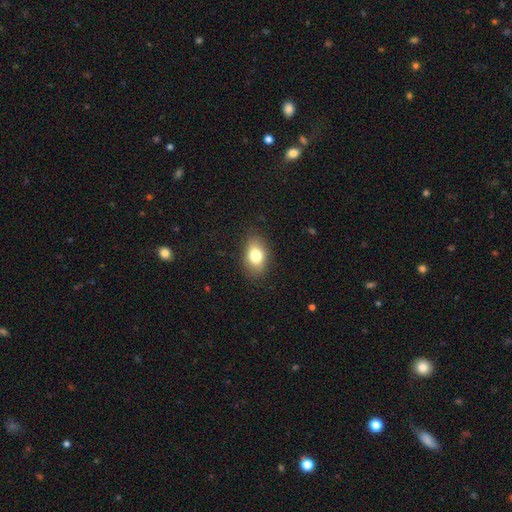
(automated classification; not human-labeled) Smooth or featured? Predicted: smooth (p=0.78). How rounded? Predicted: in between (p=0.81). Merging? Predicted: none (p=0.83).